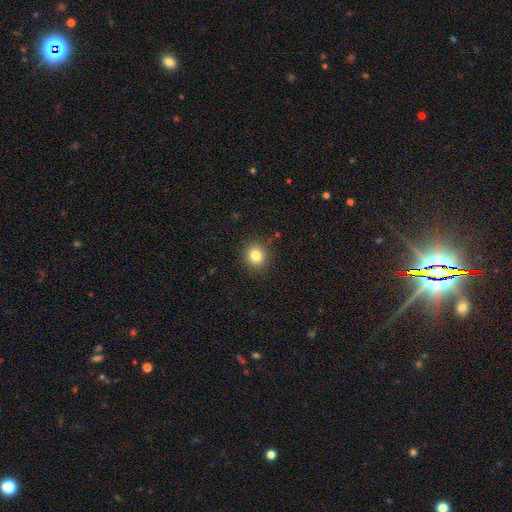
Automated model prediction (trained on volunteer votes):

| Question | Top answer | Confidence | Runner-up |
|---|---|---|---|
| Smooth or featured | smooth | 82% | star or artifact (11%) |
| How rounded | round | 81% | in between (18%) |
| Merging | none | 88% | minor disturbance (8%) |